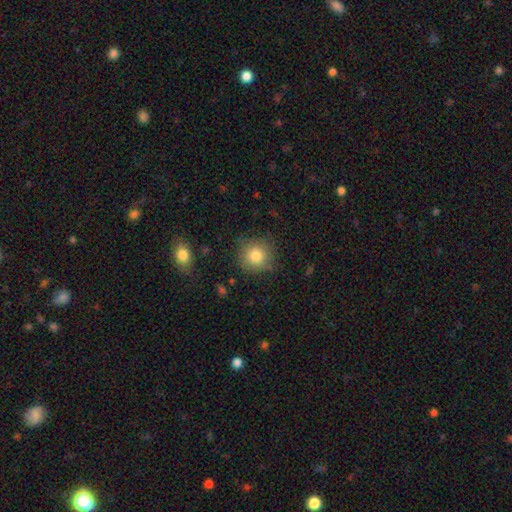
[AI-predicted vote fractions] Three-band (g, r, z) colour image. It shows a smooth galaxy with no disk features (81%) that is round (92%). Merging: none (82%).